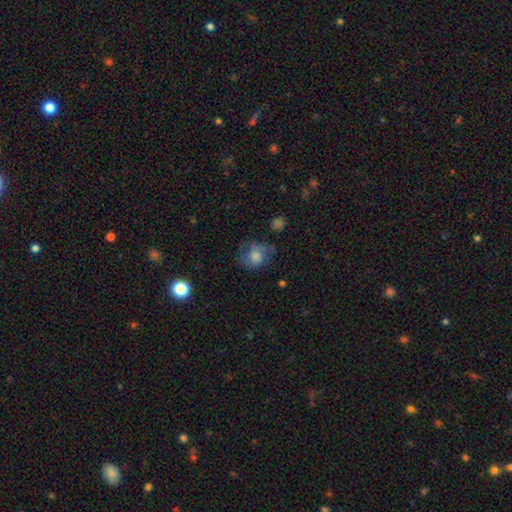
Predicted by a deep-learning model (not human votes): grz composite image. It shows a smooth galaxy with no disk features (63%) that is round (67%). Merging: none (50%).